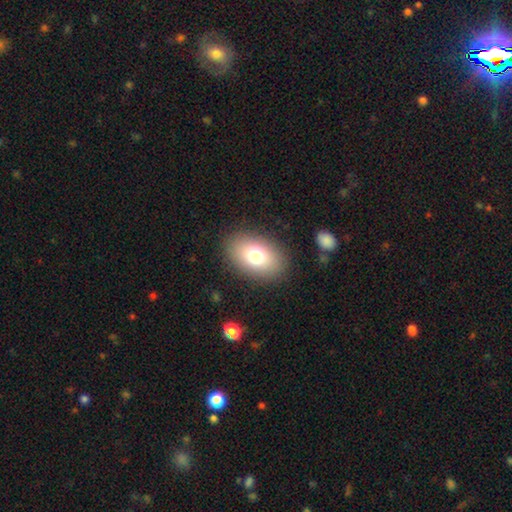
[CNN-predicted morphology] Smooth or featured? Predicted: smooth (p=0.76). How rounded? Predicted: in between (p=0.85). Merging? Predicted: none (p=0.87).